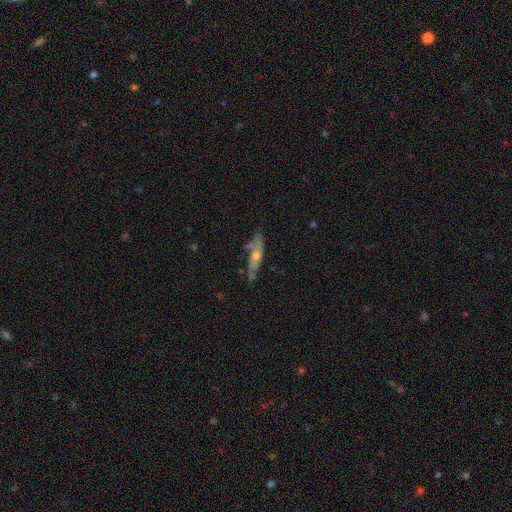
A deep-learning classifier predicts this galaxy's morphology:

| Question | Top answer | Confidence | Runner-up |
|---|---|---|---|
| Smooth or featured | featured or disk | 65% | smooth (27%) |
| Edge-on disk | yes | 55% | no (45%) |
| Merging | none | 68% | minor disturbance (21%) |